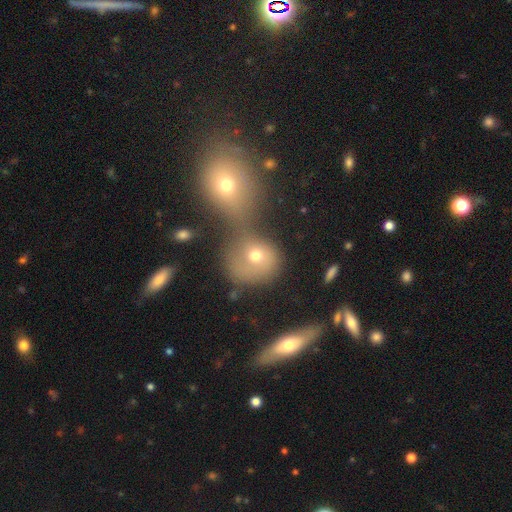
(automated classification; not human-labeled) smooth 63%, featured or disk 21%, star or artifact 16%. Down the decision tree: how rounded — round (75%); merging — merger (50%).